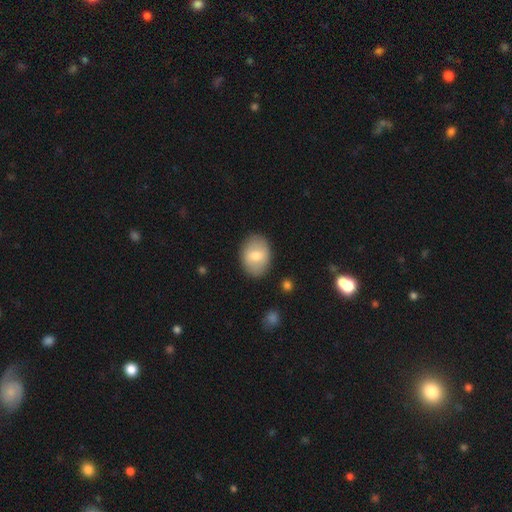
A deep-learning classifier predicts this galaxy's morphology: type=smooth (70%); roundness=in between (74%); merging=none (86%).